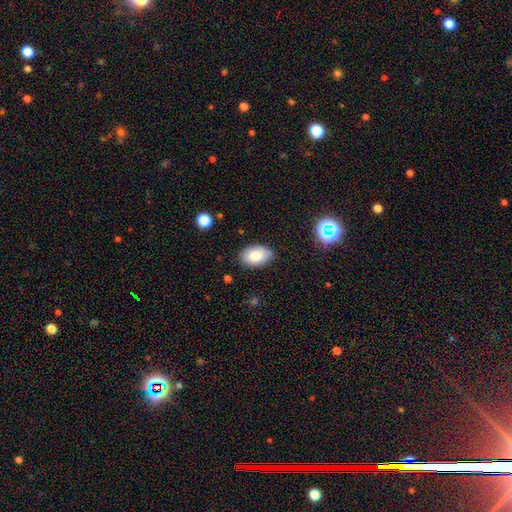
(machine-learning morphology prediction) type=smooth (82%); roundness=in between (90%); merging=none (82%).